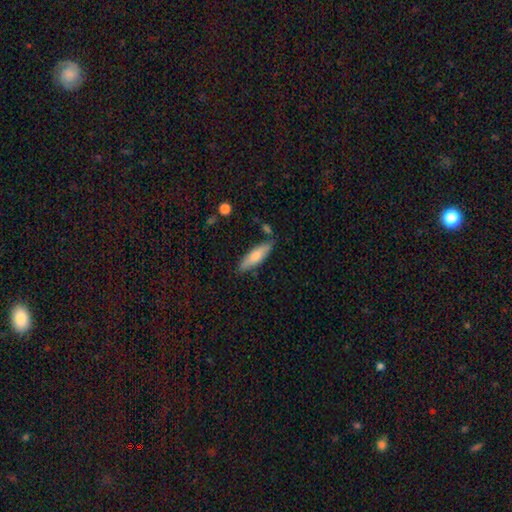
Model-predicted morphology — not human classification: This is likely a smooth galaxy (68%). How rounded: likely cigar-shaped (61%). Merging: clearly none (80%).